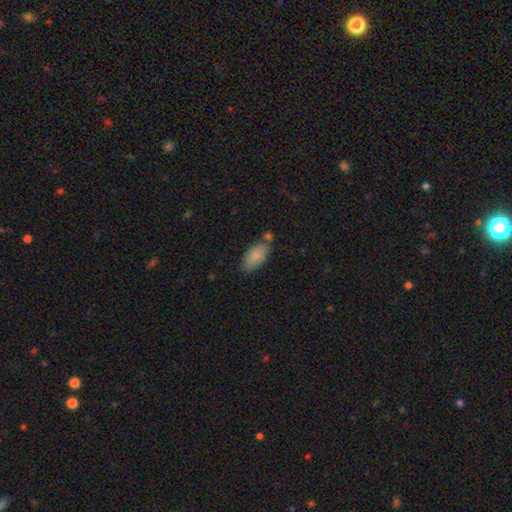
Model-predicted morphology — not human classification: Smooth or featured? Predicted: smooth (p=0.87). How rounded? Predicted: in between (p=0.91). Merging? Predicted: none (p=0.65).